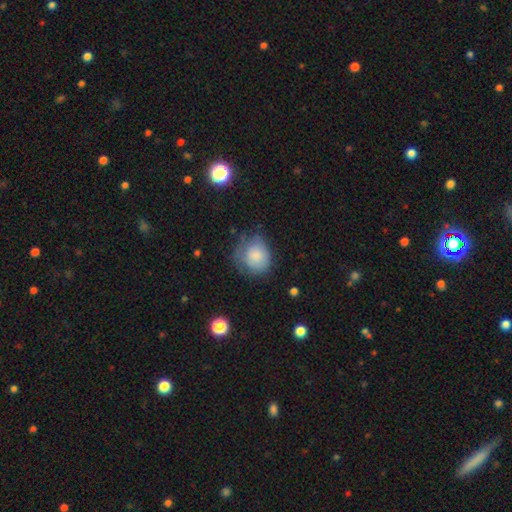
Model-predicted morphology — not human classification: This is likely a smooth galaxy (78%). How rounded: likely round (74%). Merging: possibly none (49%).